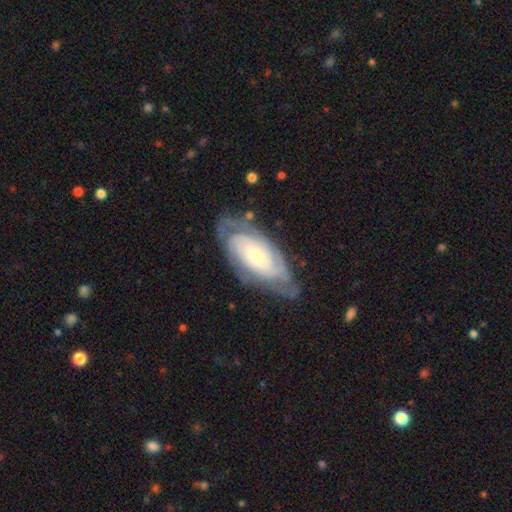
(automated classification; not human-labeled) This appears to be a featured or disk galaxy (80%) with no bar (75%), tight (70%) spiral arms (89%) and a moderate central bulge (50%). Merging: none (65%).